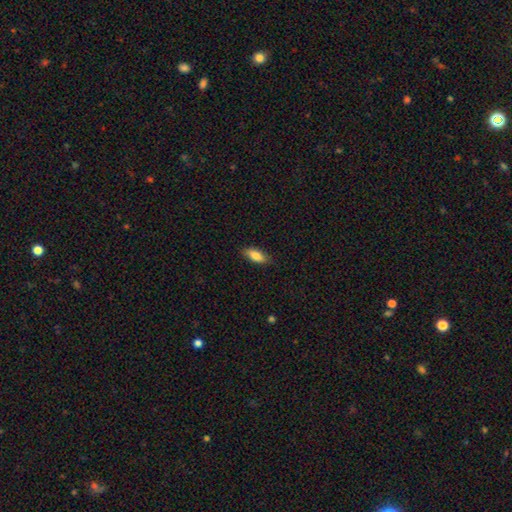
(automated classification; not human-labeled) Morphology: type=smooth (83%); roundness=in between (80%); merging=none (85%).